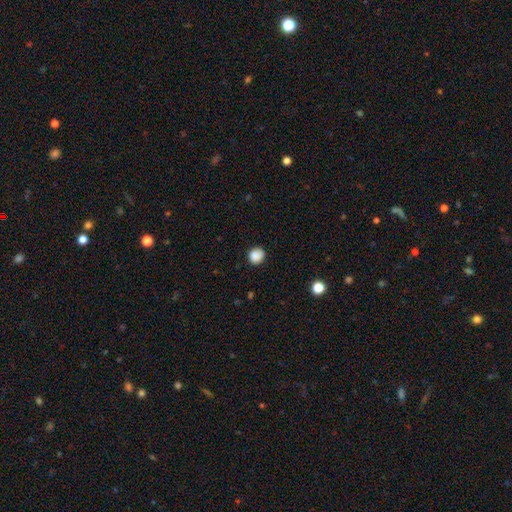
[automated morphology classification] Smooth or featured? Predicted: smooth (p=0.87). How rounded? Predicted: round (p=0.86). Merging? Predicted: none (p=0.87).